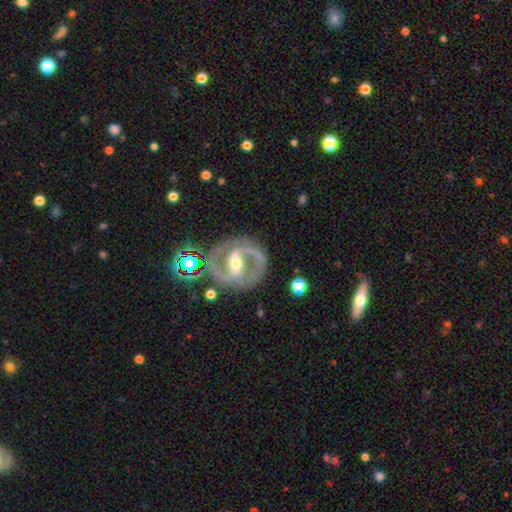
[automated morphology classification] This appears to be a featured or disk galaxy (90%) with a strong bar (60%), 2 (92%) medium (58%) spiral arms (96%) and a moderate central bulge (55%). Merging: none (80%).